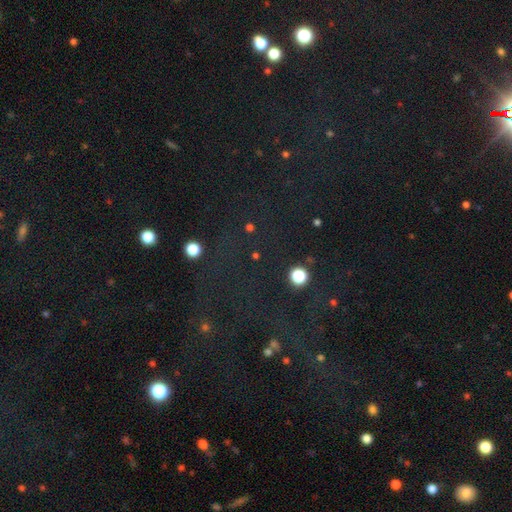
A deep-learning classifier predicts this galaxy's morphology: Smooth or featured? star or artifact (60%)